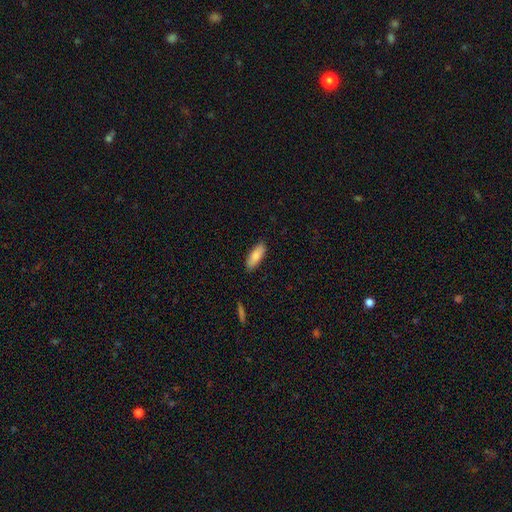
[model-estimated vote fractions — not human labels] Morphology: type=smooth (83%); roundness=in between (70%); merging=none (87%).